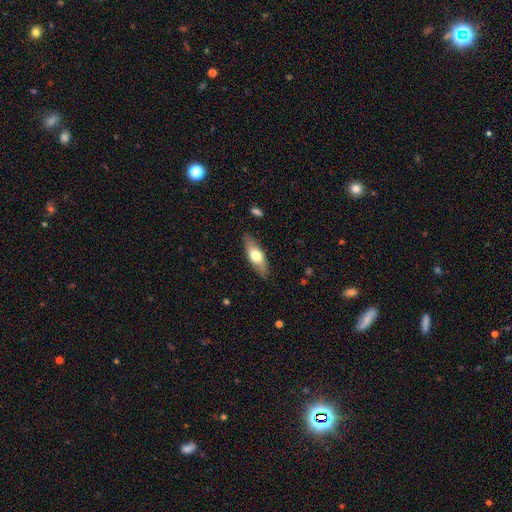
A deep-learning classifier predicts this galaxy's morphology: A smooth galaxy with no disk features (61%) that is in between round and cigar-shaped (63%).

Vote fractions:
- Smooth or featured? smooth: 61% / featured or disk: 33% / star or artifact: 6%
- How rounded? in between: 63% / cigar-shaped: 34% / round: 3%
- Merging? none: 85% / minor disturbance: 11% / major disturbance: 2% / merger: 1%